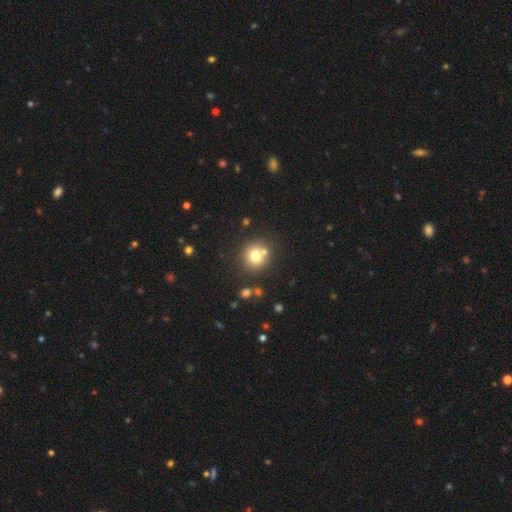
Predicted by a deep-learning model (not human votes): The model was most divided on "merging": none: 72%, merger: 17%, minor disturbance: 9%, major disturbance: 3%. More confident: how rounded — round (90%); smooth or featured — smooth (73%).